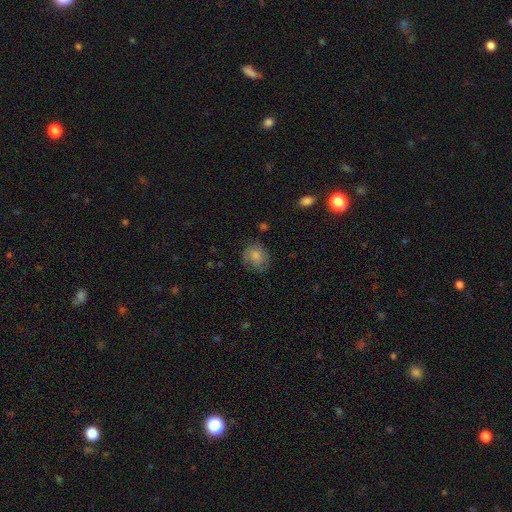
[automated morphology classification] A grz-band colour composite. It shows a smooth galaxy with no disk features (73%) that is round (67%). Merging: none (65%).